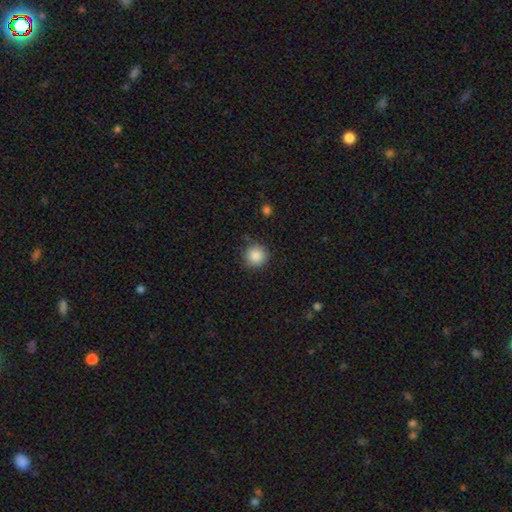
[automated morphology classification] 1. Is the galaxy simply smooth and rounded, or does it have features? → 87% smooth, 9% star or artifact, 3% featured or disk.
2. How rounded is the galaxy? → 95% round, 4% in between, 1% cigar-shaped.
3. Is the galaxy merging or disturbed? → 87% none, 9% minor disturbance, 3% major disturbance, 2% merger.